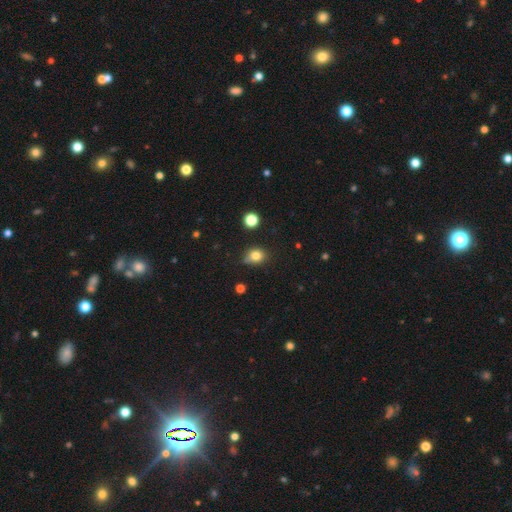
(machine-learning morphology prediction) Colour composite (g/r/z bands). It shows a smooth galaxy with no disk features (79%) that is round (56%). Merging: none (60%).